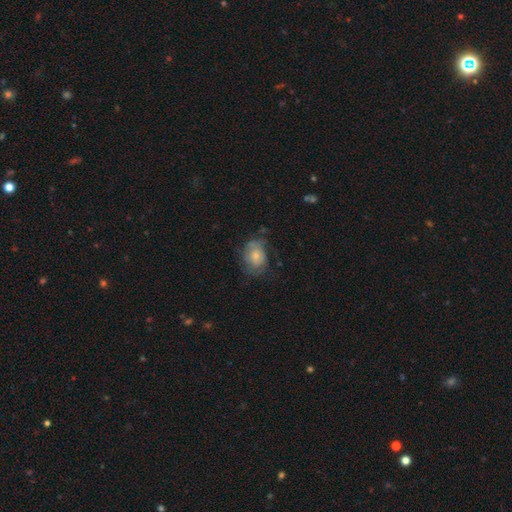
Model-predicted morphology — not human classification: smooth-or-featured: smooth: 59% | featured or disk: 33% | star or artifact: 8%
  how-rounded: in between: 56% | round: 42% | cigar-shaped: 1%
  merging: none: 50% | minor disturbance: 30% | major disturbance: 19% | merger: 2%